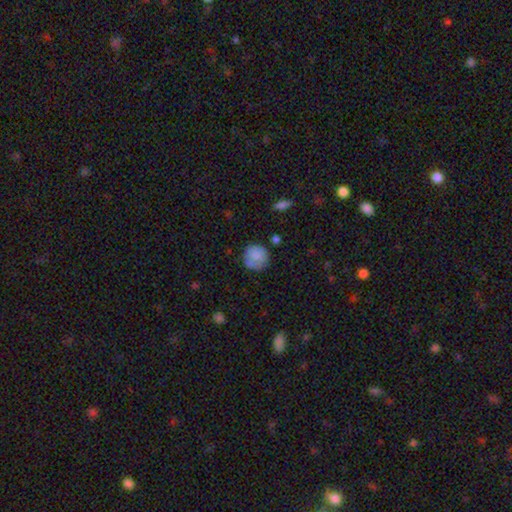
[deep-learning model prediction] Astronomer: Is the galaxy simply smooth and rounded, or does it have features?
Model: smooth — 78%.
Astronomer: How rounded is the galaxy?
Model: round — 89%.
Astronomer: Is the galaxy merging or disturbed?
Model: none — 69%.